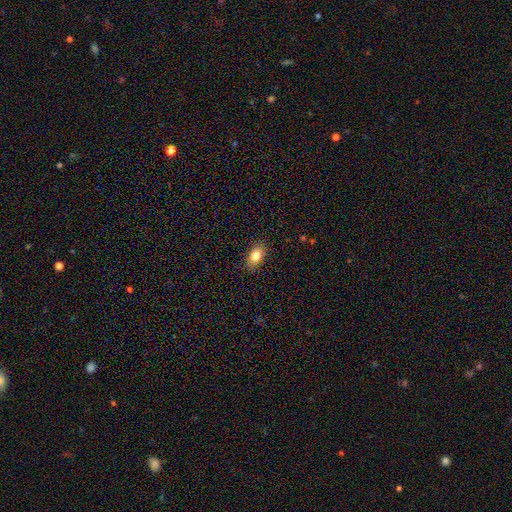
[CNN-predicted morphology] Smooth or featured? smooth (82%)
How rounded? in between (87%)
Merging? none (87%)